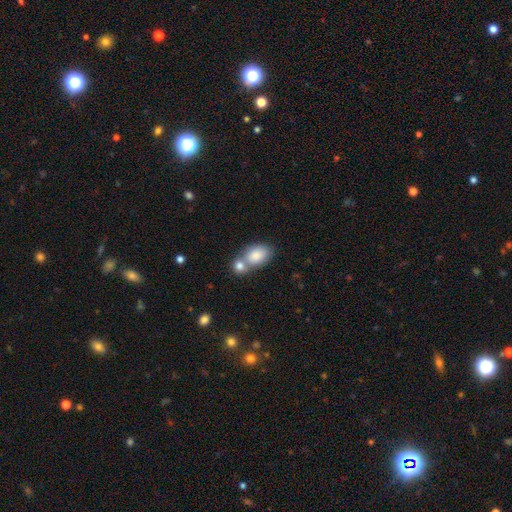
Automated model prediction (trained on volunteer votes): This is clearly a smooth galaxy (83%). How rounded: clearly in between (82%). Merging: possibly merger (52%).